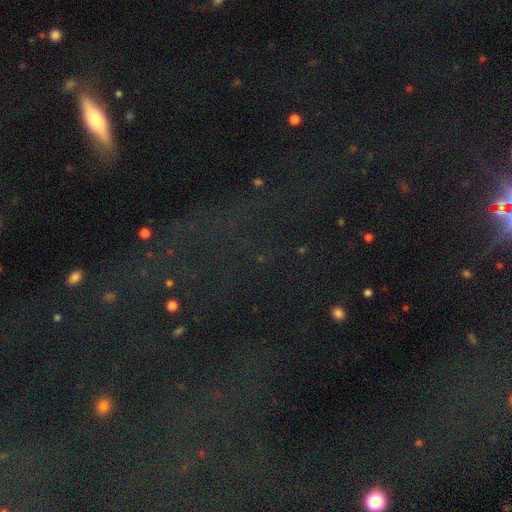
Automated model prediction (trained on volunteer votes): Smooth or featured: star or artifact — 68% (smooth — 16%)